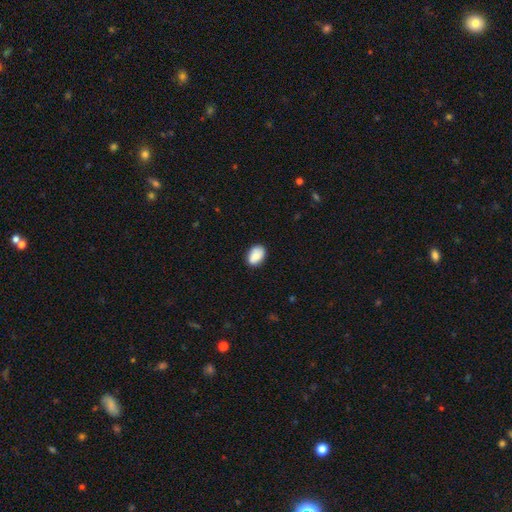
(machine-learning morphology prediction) The model was most divided on "merging": none: 83%, minor disturbance: 13%, major disturbance: 2%, merger: 1%. More confident: smooth or featured — smooth (86%); how rounded — in between (85%).